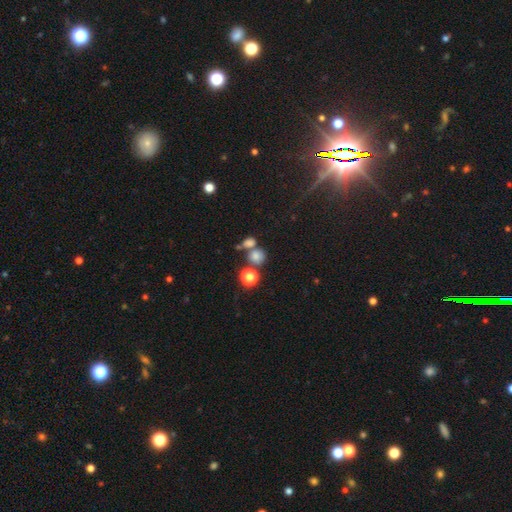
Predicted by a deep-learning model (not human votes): A smooth galaxy with no disk features (75%) that is round (76%).

Vote fractions:
- Smooth or featured? smooth: 75% / star or artifact: 16% / featured or disk: 9%
- How rounded? round: 76% / in between: 22% / cigar-shaped: 1%
- Merging? none: 52% / merger: 33% / minor disturbance: 10% / major disturbance: 5%